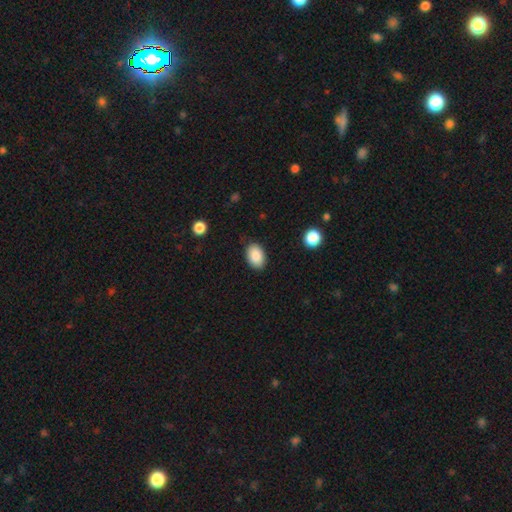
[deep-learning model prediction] smooth-or-featured: smooth: 88% | star or artifact: 7% | featured or disk: 5%
  how-rounded: in between: 84% | round: 15% | cigar-shaped: 1%
  merging: none: 86% | minor disturbance: 10% | major disturbance: 2% | merger: 1%